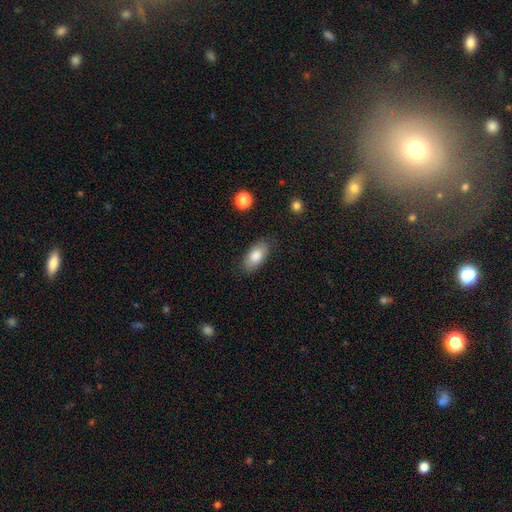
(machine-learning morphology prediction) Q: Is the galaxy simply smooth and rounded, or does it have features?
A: smooth — 82%.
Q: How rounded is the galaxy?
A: in between — 92%.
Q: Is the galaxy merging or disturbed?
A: none — 81%.